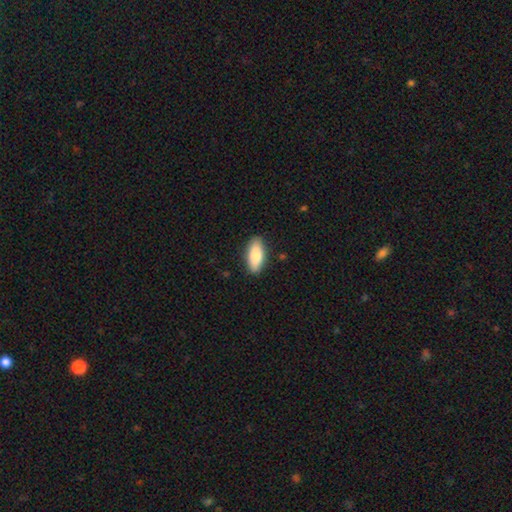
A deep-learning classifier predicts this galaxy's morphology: Smooth or featured?
  - smooth: 84% *
  - featured or disk: 11%
  - star or artifact: 6%
How rounded?
  - in between: 80% *
  - cigar-shaped: 18%
  - round: 2%
Merging?
  - none: 88% *
  - minor disturbance: 9%
  - major disturbance: 2%
  - merger: 1%